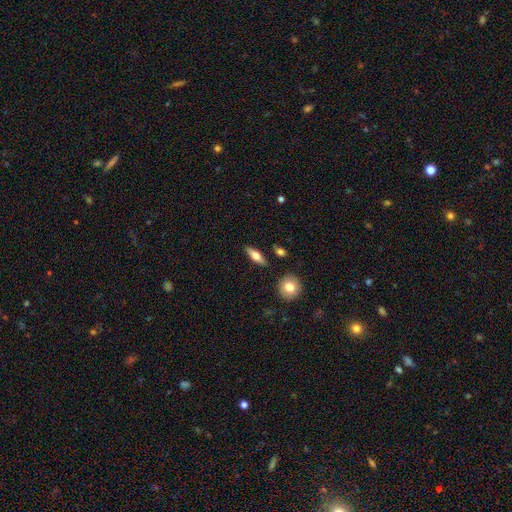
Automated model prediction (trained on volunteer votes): This is possibly a featured or disk galaxy (48%). Merging: clearly none (86%).